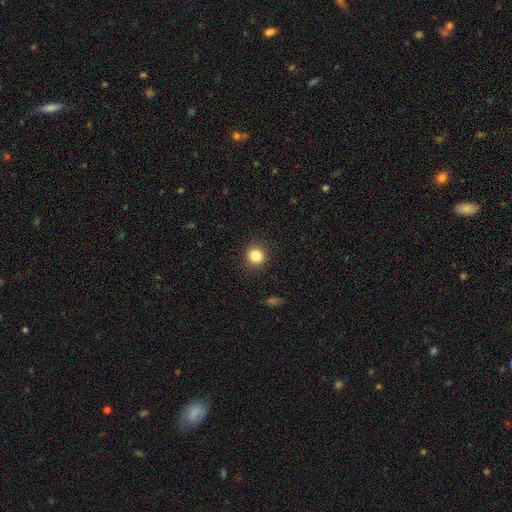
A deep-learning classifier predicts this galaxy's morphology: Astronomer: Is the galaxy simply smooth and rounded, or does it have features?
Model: smooth — 84%.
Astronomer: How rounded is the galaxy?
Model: round — 91%.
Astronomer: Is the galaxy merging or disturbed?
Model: none — 90%.